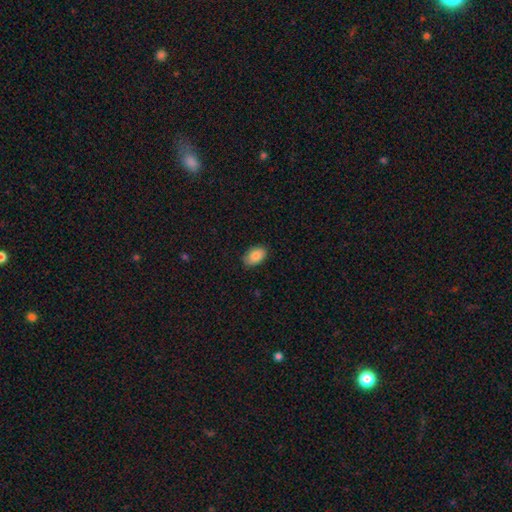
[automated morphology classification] smooth 86%, star or artifact 7%, featured or disk 7%. Down the decision tree: how rounded — in between (91%); merging — none (87%).